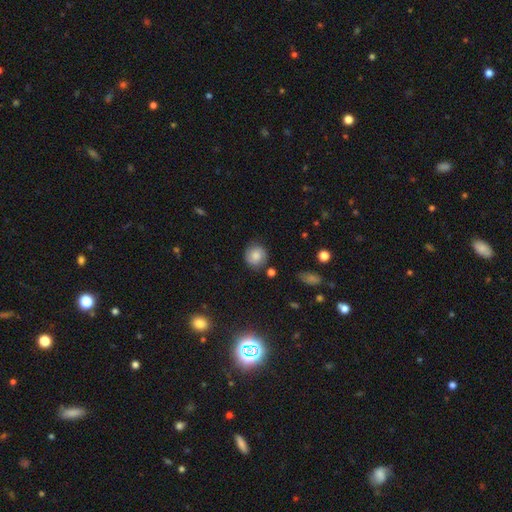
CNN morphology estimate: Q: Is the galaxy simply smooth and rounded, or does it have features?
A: smooth — 74%.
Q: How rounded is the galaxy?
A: round — 85%.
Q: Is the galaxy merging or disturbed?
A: none — 80%.